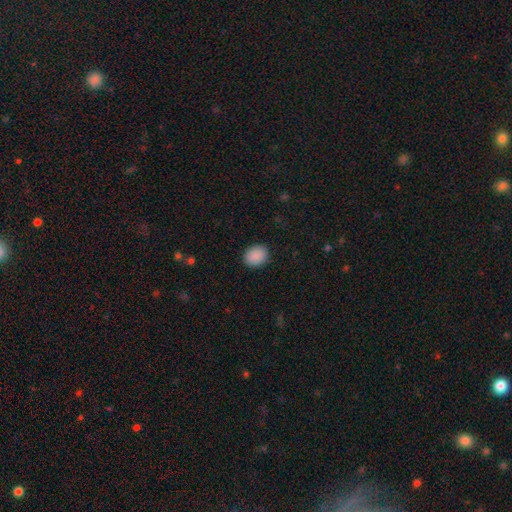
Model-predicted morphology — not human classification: A smooth galaxy with no disk features (90%) that is round (52%).

Vote fractions:
- Smooth or featured? smooth: 90% / star or artifact: 7% / featured or disk: 3%
- How rounded? round: 52% / in between: 47% / cigar-shaped: 1%
- Merging? none: 90% / minor disturbance: 7% / major disturbance: 2% / merger: 1%